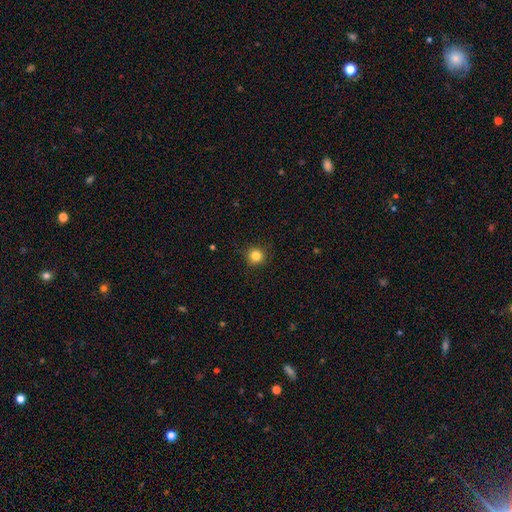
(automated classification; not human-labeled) Overall: smooth (83%). How rounded: round (94%). Merging: none (91%).